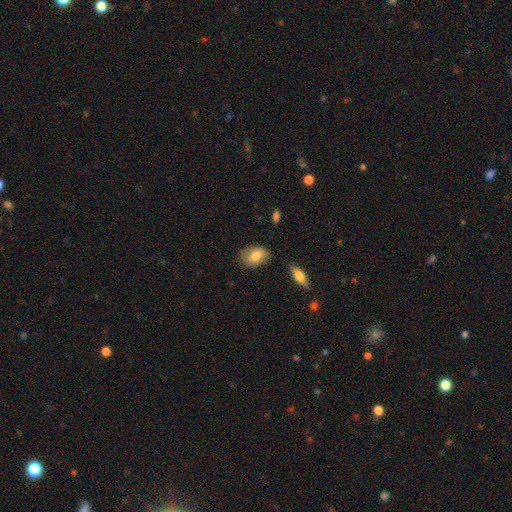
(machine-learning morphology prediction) This is likely a smooth galaxy (78%). How rounded: clearly in between (82%). Merging: clearly none (81%).